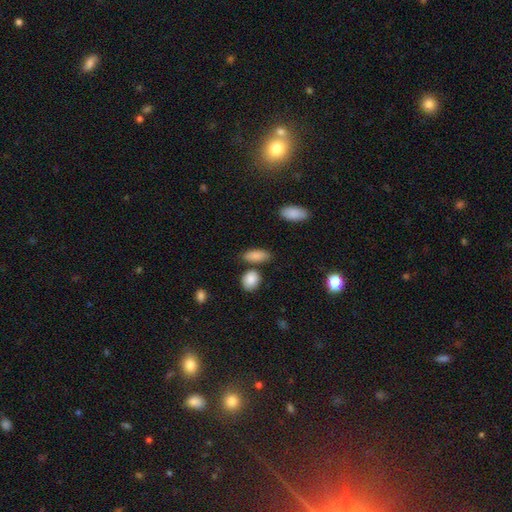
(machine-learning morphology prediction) Overall: smooth (86%). How rounded: in between (82%). Merging: none (74%).